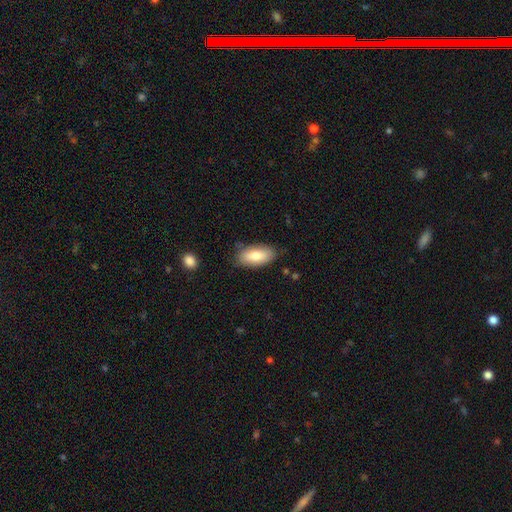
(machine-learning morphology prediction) The model was most divided on "merging": none: 79%, minor disturbance: 16%, major disturbance: 3%, merger: 2%. More confident: how rounded — in between (91%); smooth or featured — smooth (80%).